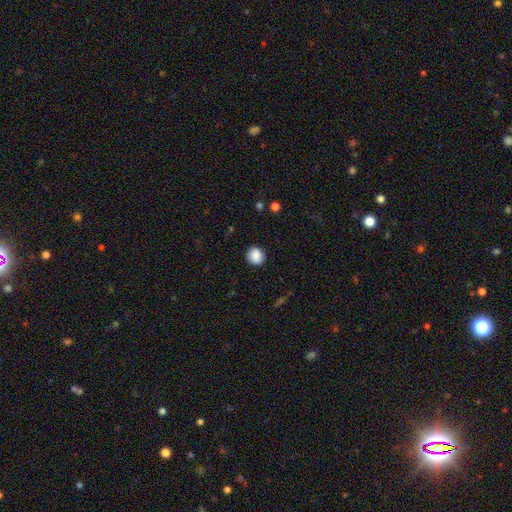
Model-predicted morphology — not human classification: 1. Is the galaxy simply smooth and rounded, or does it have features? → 88% smooth, 8% star or artifact, 4% featured or disk.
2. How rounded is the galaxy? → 84% round, 15% in between, 1% cigar-shaped.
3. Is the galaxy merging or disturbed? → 89% none, 8% minor disturbance, 2% major disturbance, 1% merger.